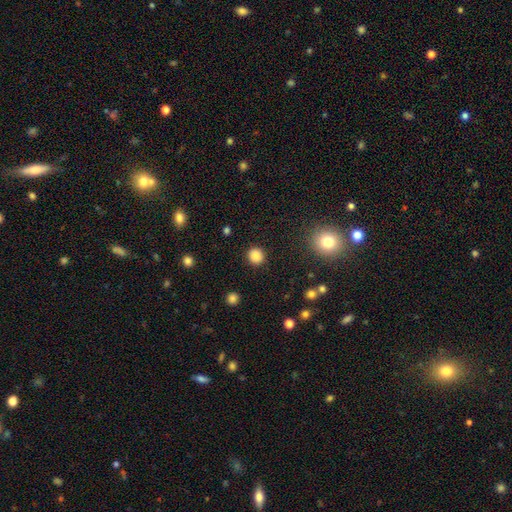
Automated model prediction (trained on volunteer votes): A smooth galaxy with no disk features (86%) that is round (89%). Merging: none (90%).